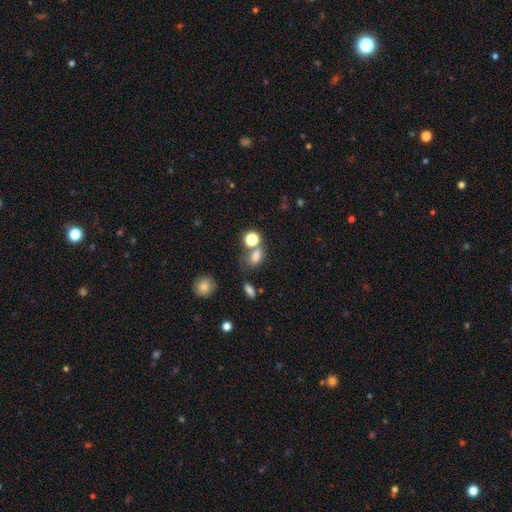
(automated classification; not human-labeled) smooth 76%, star or artifact 16%, featured or disk 9%. Down the decision tree: how rounded — in between (69%); merging — none (48%).